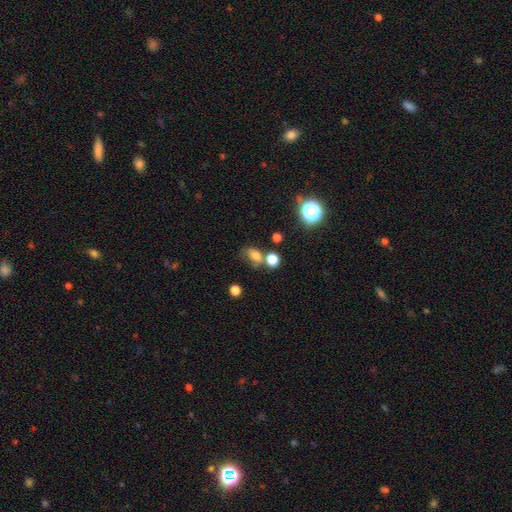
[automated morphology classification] Smooth or featured? Predicted: smooth (p=0.68). How rounded? Predicted: in between (p=0.67). Merging? Predicted: none (p=0.41).